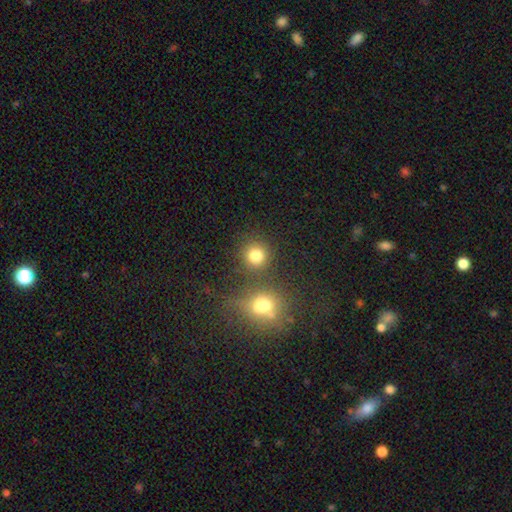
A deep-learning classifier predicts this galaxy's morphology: Overall: smooth (78%). How rounded: round (90%). Merging: none (74%).